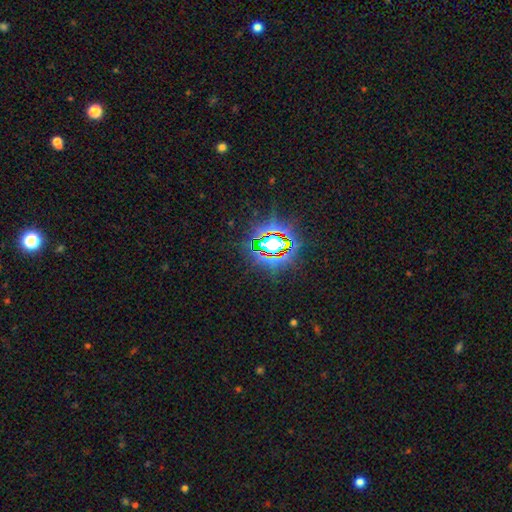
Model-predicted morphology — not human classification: Smooth or featured?
  - star or artifact: 84% *
  - smooth: 9%
  - featured or disk: 7%